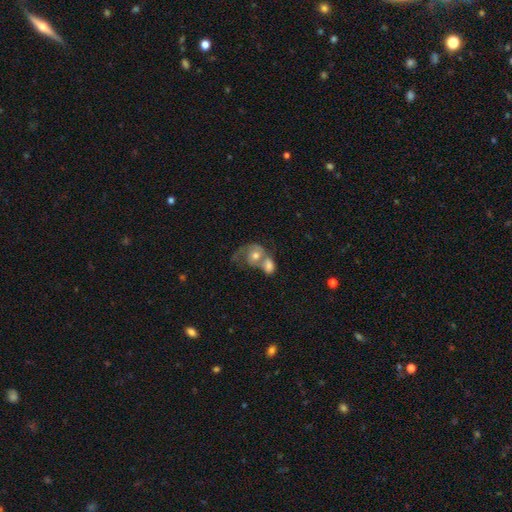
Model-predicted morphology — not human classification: smooth_or_featured: featured or disk (p=0.47) [alt: smooth p=0.45]
merging: merger (p=0.73) [alt: none p=0.11]